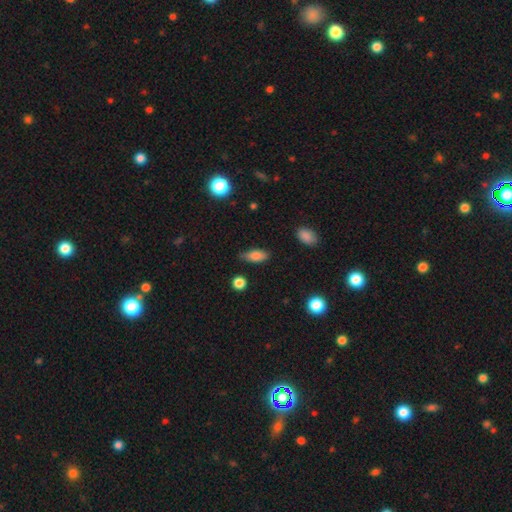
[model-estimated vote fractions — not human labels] A smooth galaxy with no disk features (81%) that is in between round and cigar-shaped (79%).

Vote fractions:
- Smooth or featured? smooth: 81% / featured or disk: 11% / star or artifact: 8%
- How rounded? in between: 79% / cigar-shaped: 17% / round: 4%
- Merging? none: 74% / minor disturbance: 20% / major disturbance: 4% / merger: 2%